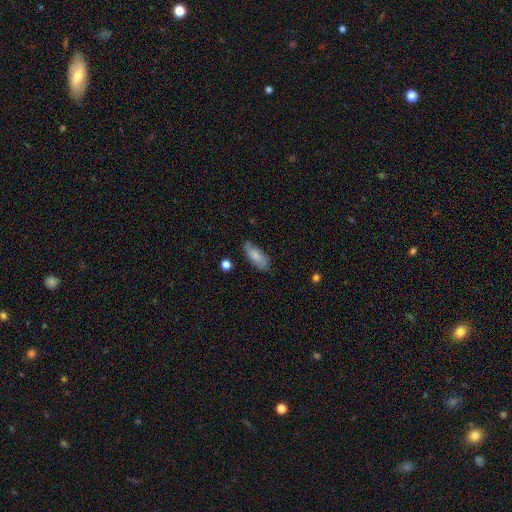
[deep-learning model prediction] smooth 75%, featured or disk 19%, star or artifact 7%. Down the decision tree: how rounded — in between (77%); merging — none (74%).